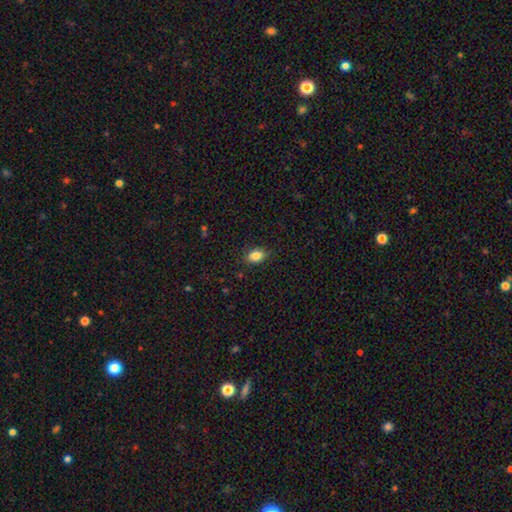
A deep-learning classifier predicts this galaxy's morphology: The model was most divided on "how rounded": in between: 83%, round: 15%, cigar-shaped: 2%. More confident: smooth or featured — smooth (86%); merging — none (85%).